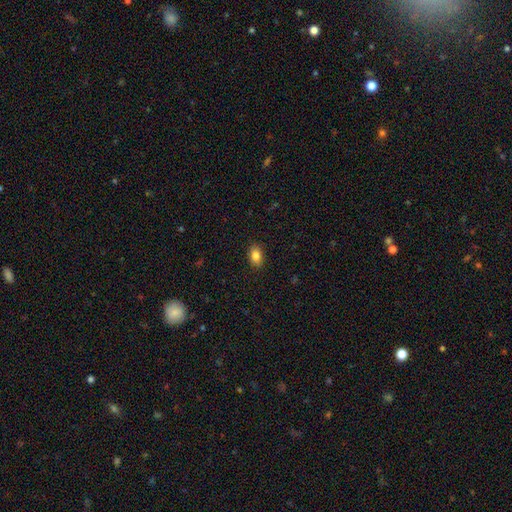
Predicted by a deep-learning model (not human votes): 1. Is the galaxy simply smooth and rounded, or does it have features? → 85% smooth, 9% star or artifact, 6% featured or disk.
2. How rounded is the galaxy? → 84% in between, 14% round, 2% cigar-shaped.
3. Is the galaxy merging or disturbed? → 88% none, 9% minor disturbance, 2% major disturbance, 1% merger.